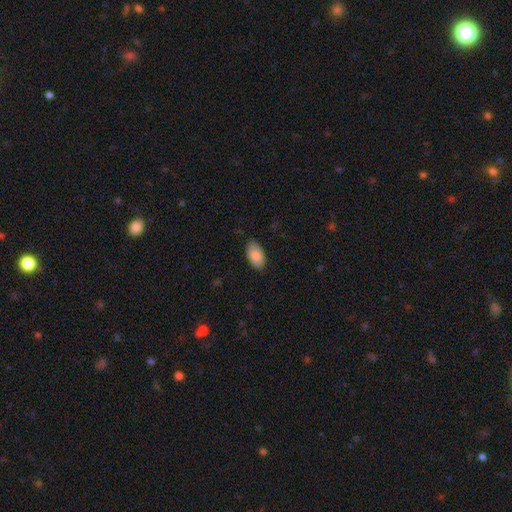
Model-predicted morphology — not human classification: Smooth or featured? smooth (84%)
How rounded? in between (95%)
Merging? none (83%)